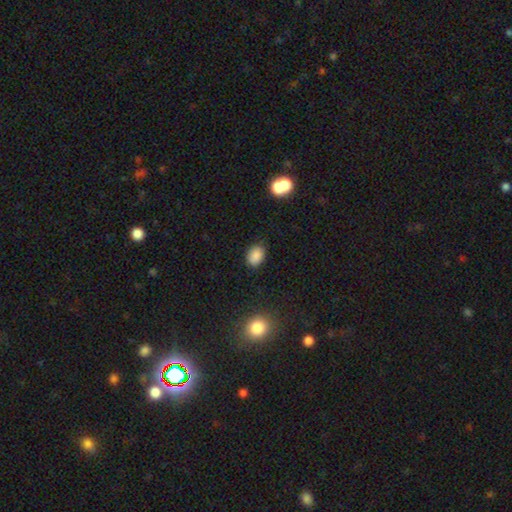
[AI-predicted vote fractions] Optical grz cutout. It shows a smooth galaxy with no disk features (86%) that is in between round and cigar-shaped (77%). Merging: none (83%).